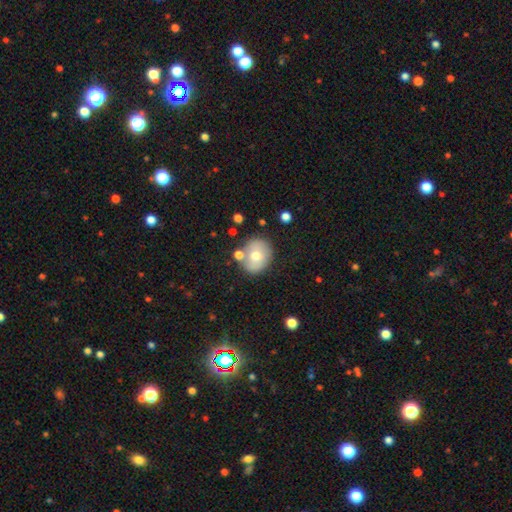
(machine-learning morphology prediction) The model was most divided on "how rounded": round: 68%, in between: 32%, cigar-shaped: 1%. More confident: merging — none (71%); smooth or featured — smooth (65%).